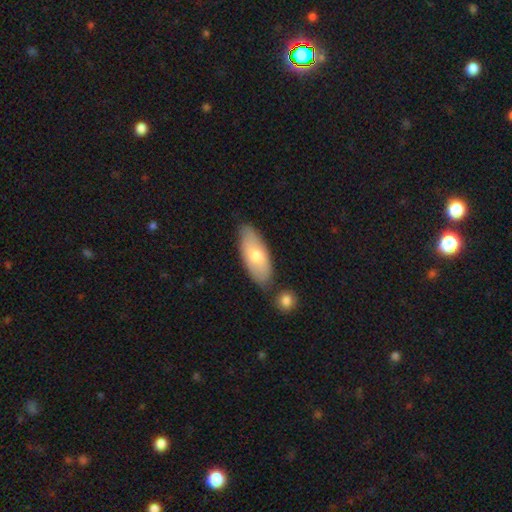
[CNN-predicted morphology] smooth-or-featured: smooth: 67% | featured or disk: 27% | star or artifact: 6%
  how-rounded: in between: 81% | cigar-shaped: 17% | round: 2%
  merging: none: 77% | minor disturbance: 14% | merger: 7% | major disturbance: 3%